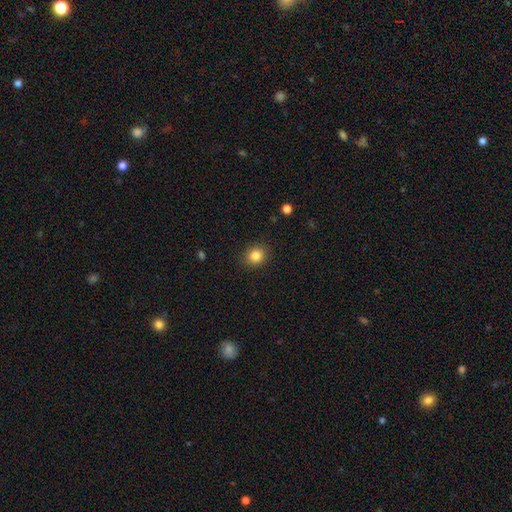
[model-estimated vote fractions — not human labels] This is clearly a smooth galaxy (84%). How rounded: likely round (78%). Merging: clearly none (89%).